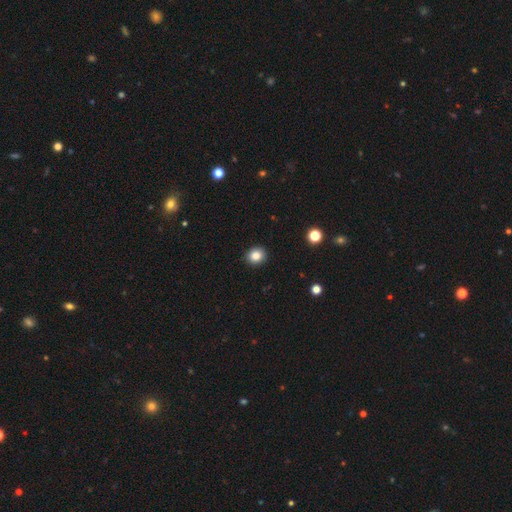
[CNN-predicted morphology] This appears to be a smooth galaxy with no disk features (85%) that is round (78%). Merging: none (92%).